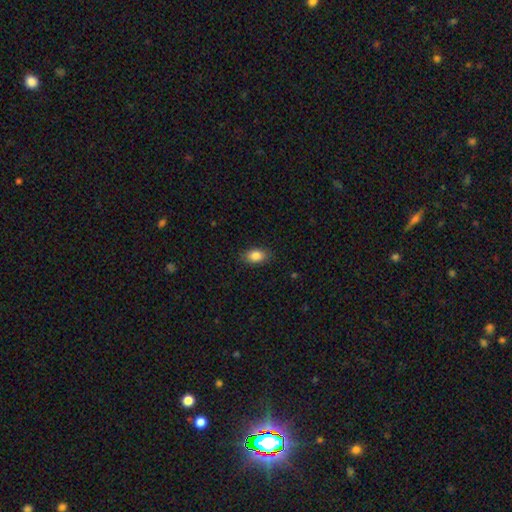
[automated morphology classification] smooth_or_featured: smooth (p=0.86) [alt: star or artifact p=0.08]
how_rounded: in between (p=0.86) [alt: round p=0.12]
merging: none (p=0.86) [alt: minor disturbance p=0.11]